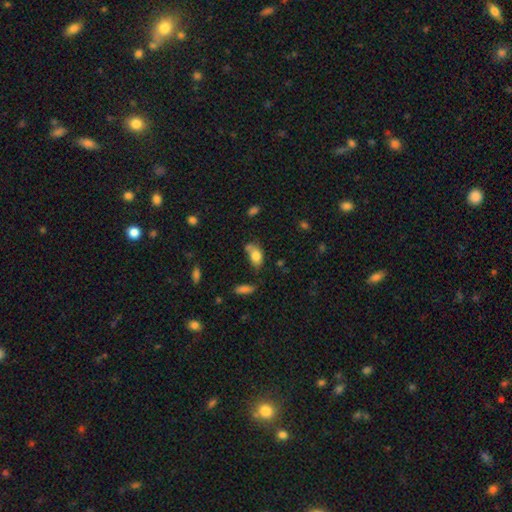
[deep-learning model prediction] smooth_or_featured: smooth (p=0.78) [alt: featured or disk p=0.13]
how_rounded: in between (p=0.85) [alt: round p=0.12]
merging: none (p=0.42) [alt: minor disturbance p=0.28]